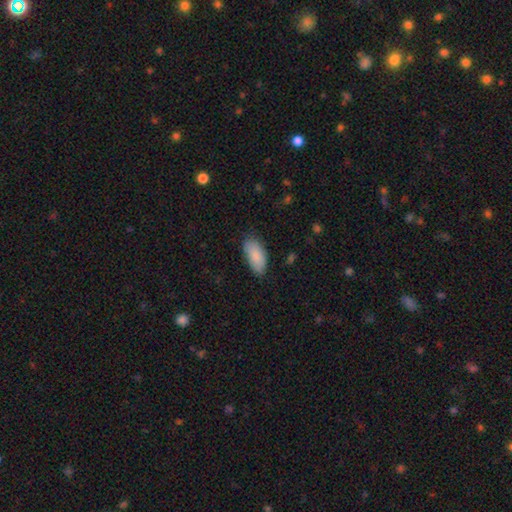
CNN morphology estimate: Smooth or featured? Predicted: smooth (p=0.88). How rounded? Predicted: in between (p=0.91). Merging? Predicted: none (p=0.79).